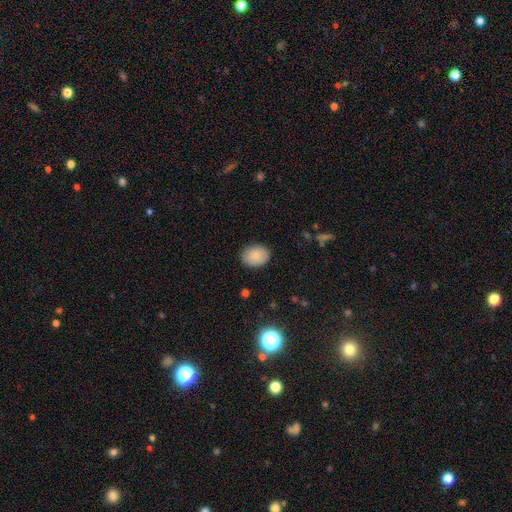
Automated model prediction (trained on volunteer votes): smooth_or_featured: smooth (p=0.86) [alt: star or artifact p=0.08]
how_rounded: in between (p=0.64) [alt: round p=0.35]
merging: none (p=0.87) [alt: minor disturbance p=0.10]